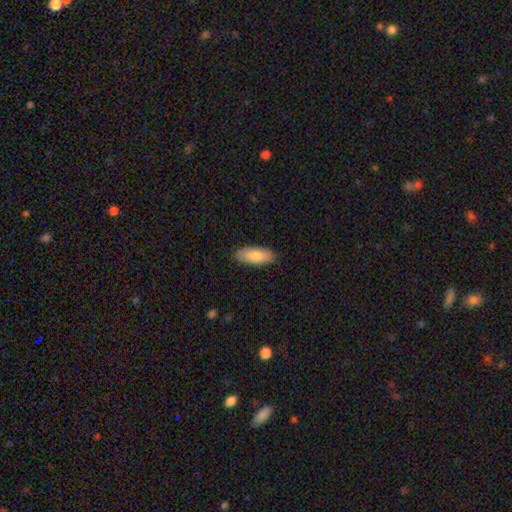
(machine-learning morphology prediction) Overall: smooth (83%). How rounded: in between (79%). Merging: none (87%).